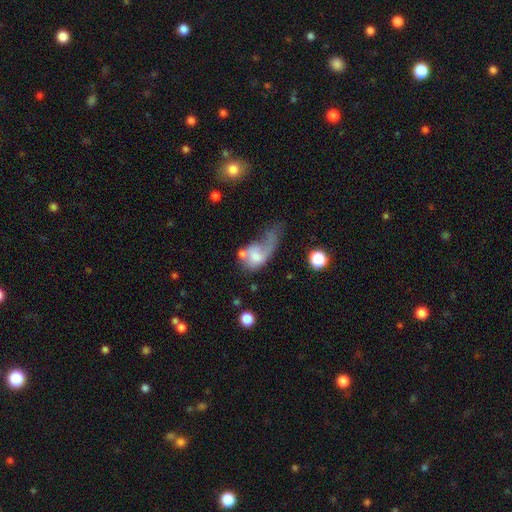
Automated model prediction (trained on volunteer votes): Smooth or featured? Predicted: smooth (p=0.48). Merging? Predicted: major disturbance (p=0.54).